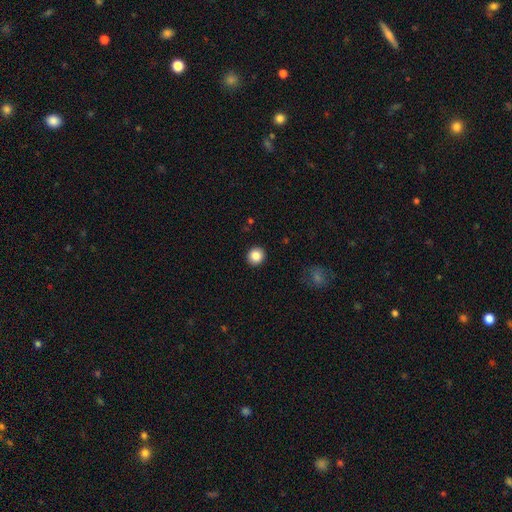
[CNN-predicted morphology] Smooth or featured: smooth — 86% (star or artifact — 10%)
How rounded: round — 91% (in between — 8%)
Merging: none — 92% (minor disturbance — 5%)